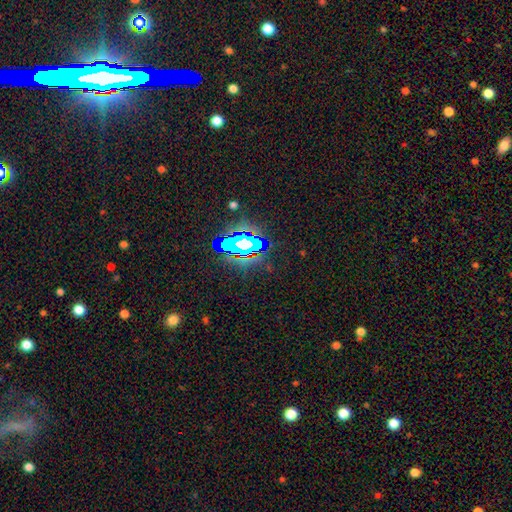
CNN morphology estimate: This is likely a star or artifact rather than a galaxy (79%).